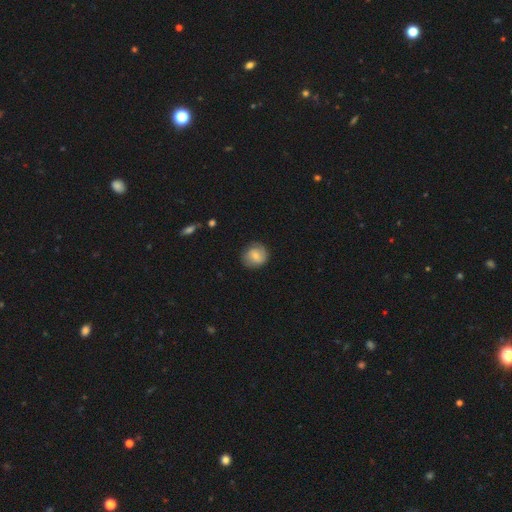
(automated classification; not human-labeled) smooth 55%, featured or disk 38%, star or artifact 8%. Down the decision tree: how rounded — round (84%); merging — none (78%).